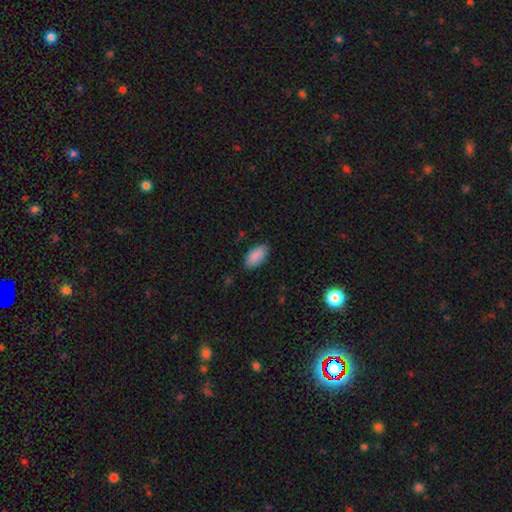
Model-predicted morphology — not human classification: smooth_or_featured: smooth (p=0.89) [alt: star or artifact p=0.07]
how_rounded: in between (p=0.94) [alt: cigar-shaped p=0.04]
merging: none (p=0.82) [alt: minor disturbance p=0.14]